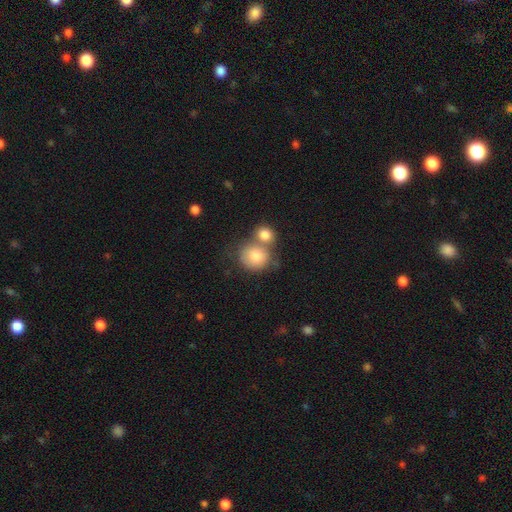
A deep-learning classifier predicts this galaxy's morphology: smooth-or-featured: smooth: 80% | featured or disk: 12% | star or artifact: 8%
  how-rounded: round: 77% | in between: 22% | cigar-shaped: 1%
  merging: merger: 45% | none: 40% | minor disturbance: 11% | major disturbance: 4%